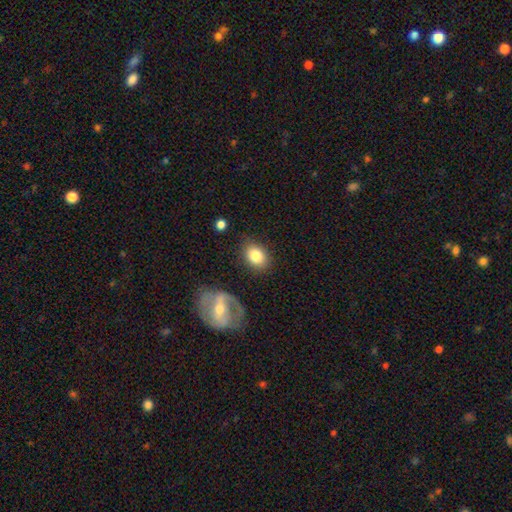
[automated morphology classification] Smooth or featured? smooth (81%)
How rounded? in between (66%)
Merging? none (80%)